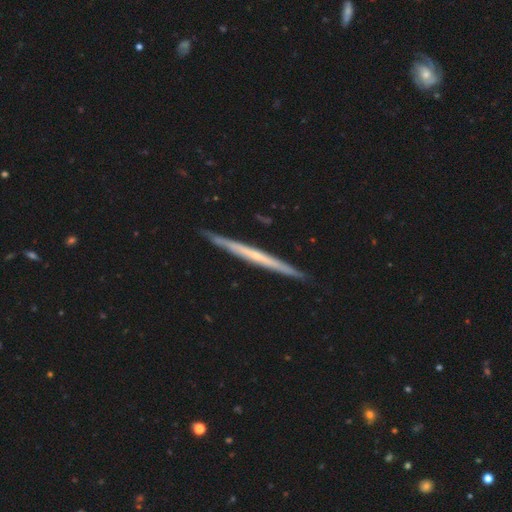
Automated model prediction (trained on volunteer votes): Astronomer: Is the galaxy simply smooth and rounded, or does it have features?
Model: featured or disk — 67%.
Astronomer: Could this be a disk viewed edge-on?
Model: yes — 97%.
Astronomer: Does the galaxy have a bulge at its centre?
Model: none — 77%.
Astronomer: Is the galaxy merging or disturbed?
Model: none — 90%.